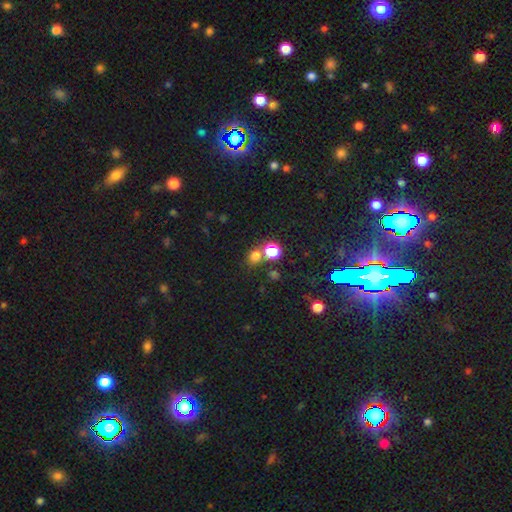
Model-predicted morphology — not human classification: type=smooth (68%); roundness=round (74%); merging=none (64%).